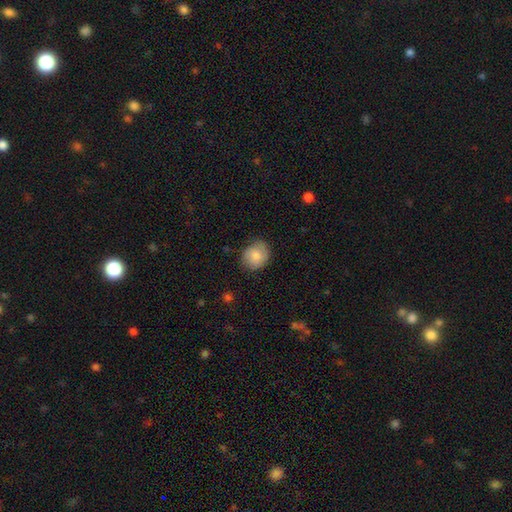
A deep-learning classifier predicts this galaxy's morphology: smooth-or-featured: smooth: 80% | featured or disk: 13% | star or artifact: 7%
  how-rounded: round: 70% | in between: 29% | cigar-shaped: 1%
  merging: none: 78% | minor disturbance: 18% | major disturbance: 3% | merger: 1%